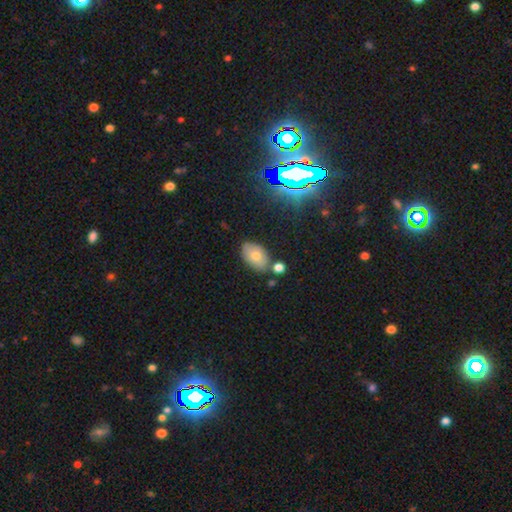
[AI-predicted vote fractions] A smooth galaxy with no disk features (70%) that is in between round and cigar-shaped (90%).

Vote fractions:
- Smooth or featured? smooth: 70% / featured or disk: 18% / star or artifact: 11%
- How rounded? in between: 90% / round: 9% / cigar-shaped: 1%
- Merging? none: 71% / minor disturbance: 15% / merger: 11% / major disturbance: 3%